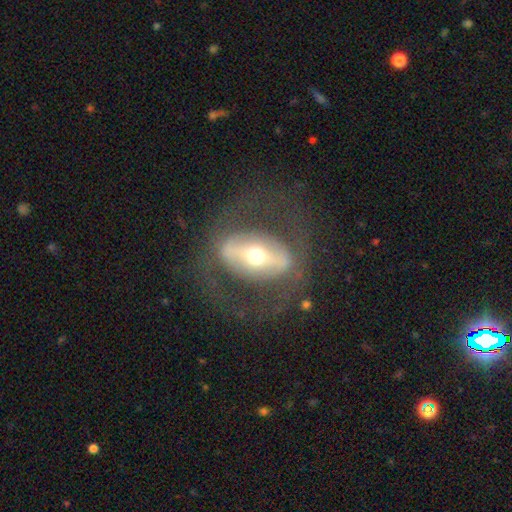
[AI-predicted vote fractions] The model was most divided on "spiral arms": no: 72%, yes: 28%. More confident: edge-on disk — no (83%); merging — none (72%); smooth or featured — featured or disk (71%); bulge size — moderate (69%); bar — strong (64%).